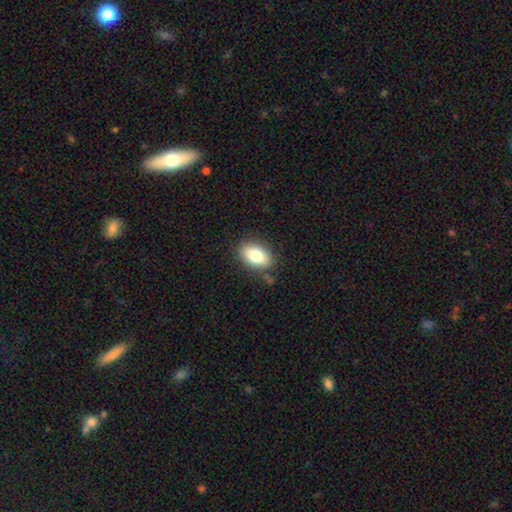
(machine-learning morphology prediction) smooth 81%, featured or disk 11%, star or artifact 8%. Down the decision tree: how rounded — in between (87%); merging — none (83%).